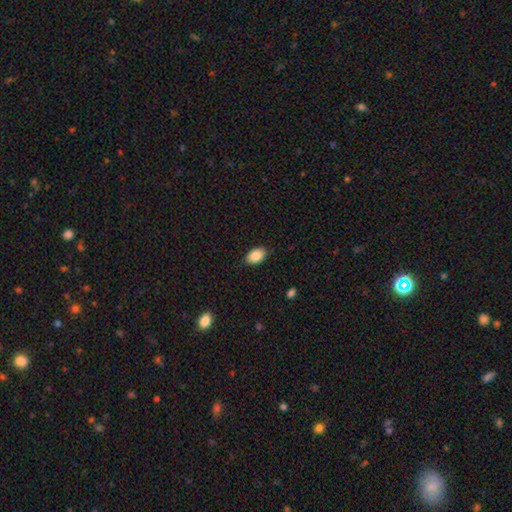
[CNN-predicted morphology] A smooth galaxy with no disk features (87%) that is in between round and cigar-shaped (90%).

Vote fractions:
- Smooth or featured? smooth: 87% / star or artifact: 7% / featured or disk: 6%
- How rounded? in between: 90% / round: 9% / cigar-shaped: 1%
- Merging? none: 87% / minor disturbance: 10% / major disturbance: 2% / merger: 1%